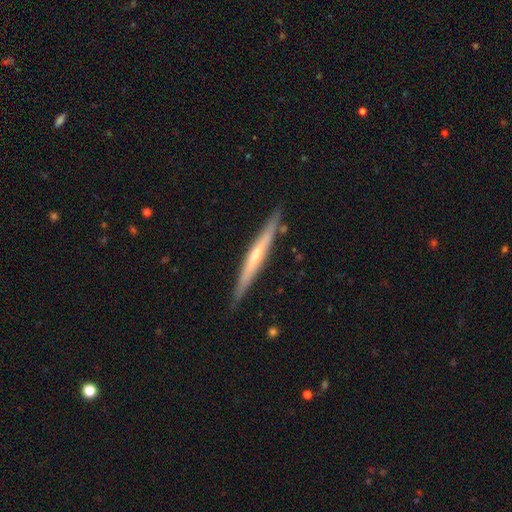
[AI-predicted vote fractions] featured or disk 63%, smooth 32%, star or artifact 6%. Down the decision tree: edge-on disk — yes (96%); edge-on bulge — rounded (48%); merging — none (86%).